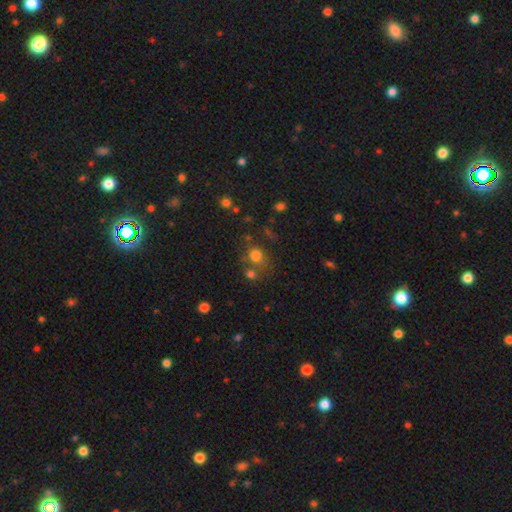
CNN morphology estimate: Smooth or featured? Predicted: smooth (p=0.73). How rounded? Predicted: round (p=0.69). Merging? Predicted: none (p=0.53).